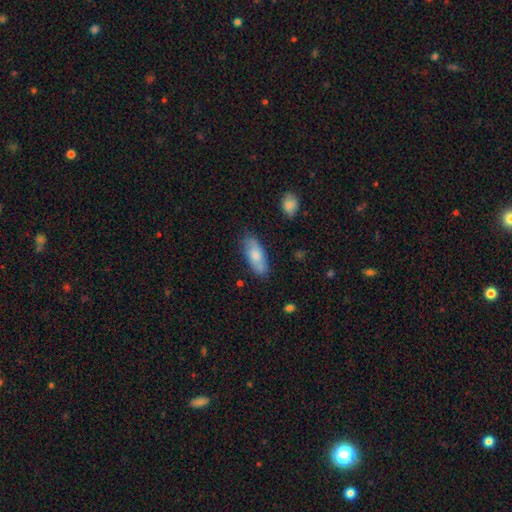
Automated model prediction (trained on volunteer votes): This is likely a smooth galaxy (75%). How rounded: likely in between (75%). Merging: likely none (76%).